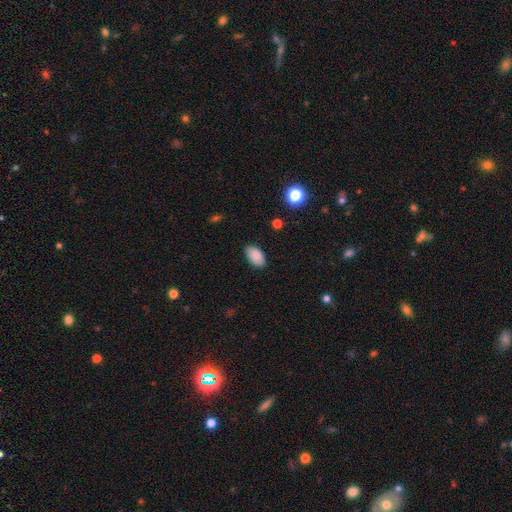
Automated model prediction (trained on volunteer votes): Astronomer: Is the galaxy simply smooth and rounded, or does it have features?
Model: smooth — 88%.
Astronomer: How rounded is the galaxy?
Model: in between — 94%.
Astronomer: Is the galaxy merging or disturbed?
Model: none — 87%.